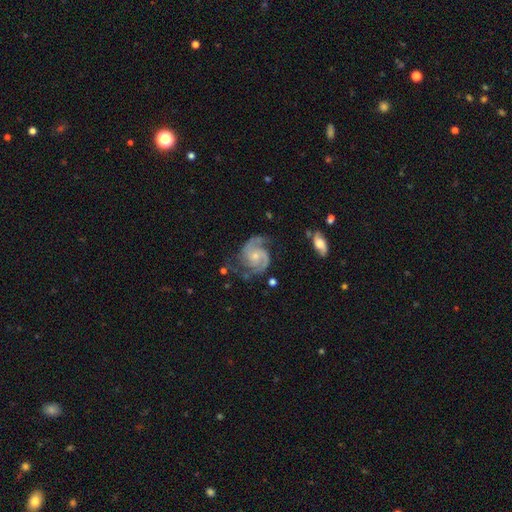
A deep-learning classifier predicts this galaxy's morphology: Smooth or featured: featured or disk — 91% (smooth — 5%)
Edge-on disk: no — 98% (yes — 2%)
Bar: no — 67% (weak — 28%)
Spiral arms: yes — 98% (no — 2%)
Spiral winding: medium — 51% (tight — 39%)
Spiral arm count: 2 — 79% (3 — 11%)
Bulge size: small — 61% (moderate — 32%)
Merging: none — 66% (minor disturbance — 22%)